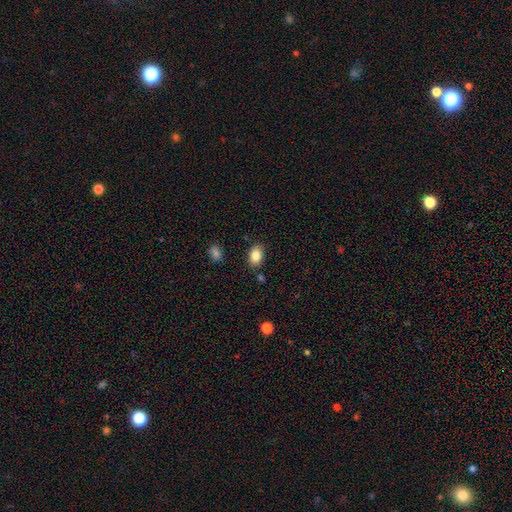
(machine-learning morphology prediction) smooth_or_featured: smooth (p=0.85) [alt: star or artifact p=0.08]
how_rounded: in between (p=0.86) [alt: round p=0.13]
merging: none (p=0.84) [alt: minor disturbance p=0.11]